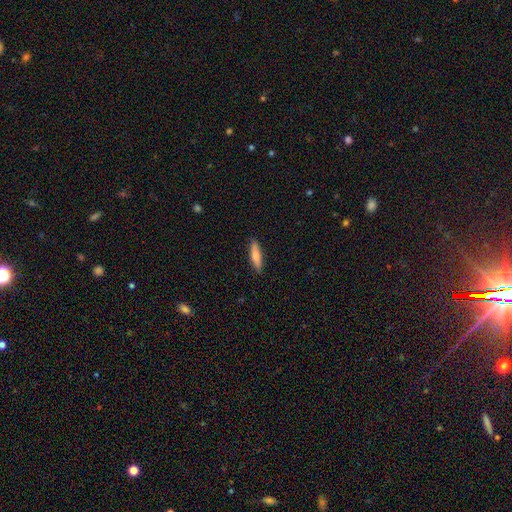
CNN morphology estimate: The model was most divided on "how rounded": cigar-shaped: 73%, in between: 25%, round: 2%. More confident: merging — none (88%); smooth or featured — smooth (74%).